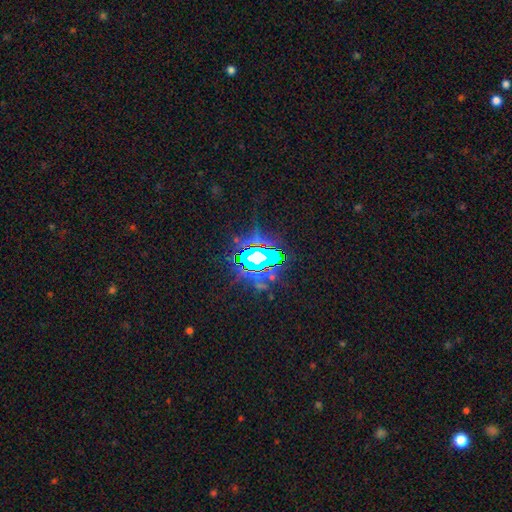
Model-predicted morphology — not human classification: star or artifact 76%, featured or disk 13%, smooth 11%.